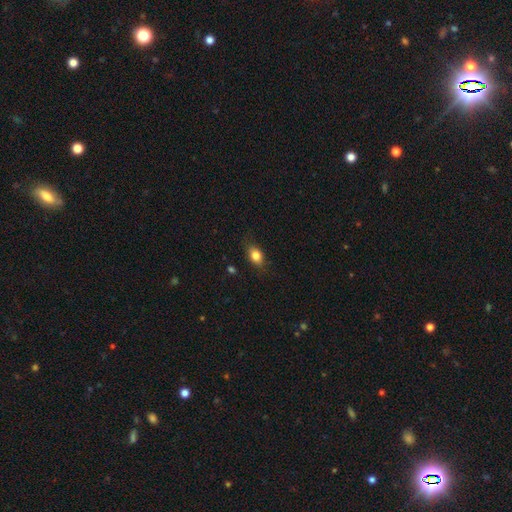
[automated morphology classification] smooth 81%, featured or disk 10%, star or artifact 9%. Down the decision tree: how rounded — in between (77%); merging — none (80%).